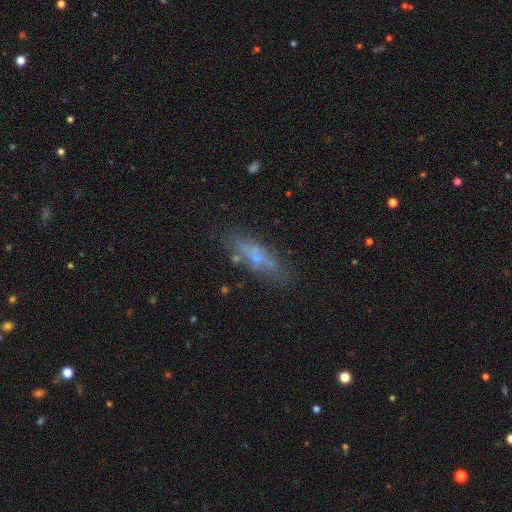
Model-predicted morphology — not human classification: Overall: smooth (50%; featured or disk 40%). Merging: none (71%).